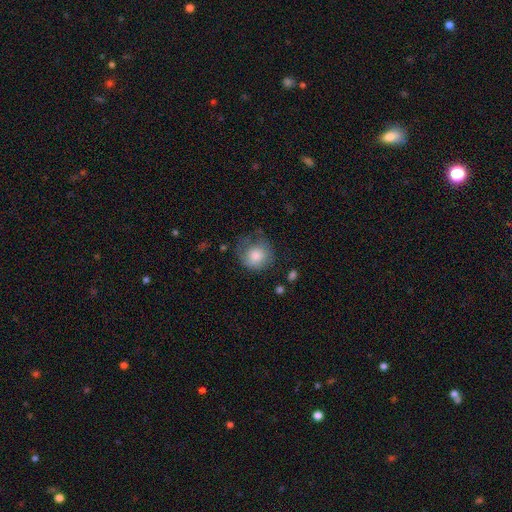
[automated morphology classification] Smooth or featured? Predicted: smooth (p=0.73). How rounded? Predicted: round (p=0.84). Merging? Predicted: none (p=0.50).